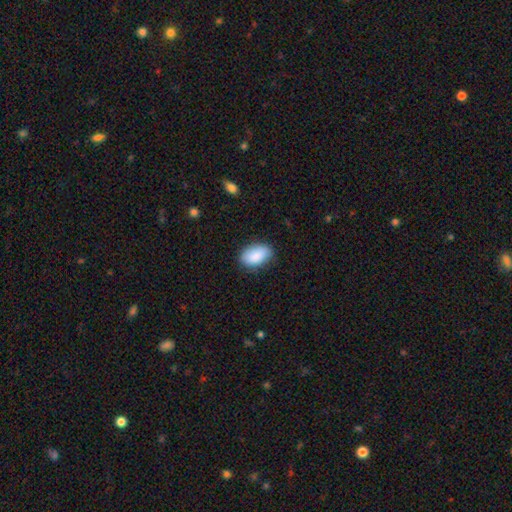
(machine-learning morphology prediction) smooth_or_featured: smooth (p=0.89) [alt: star or artifact p=0.06]
how_rounded: in between (p=0.93) [alt: round p=0.06]
merging: none (p=0.83) [alt: minor disturbance p=0.13]